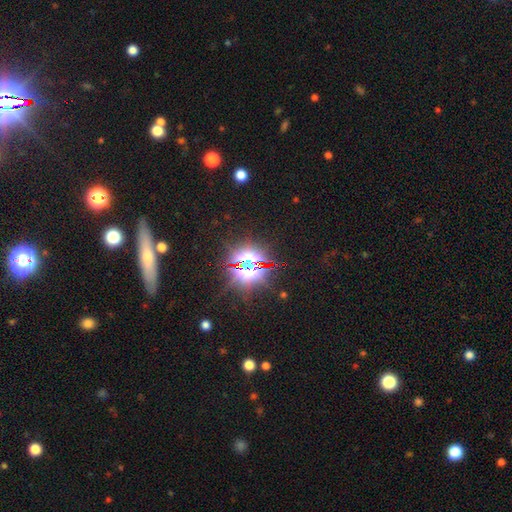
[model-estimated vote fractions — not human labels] Overall: star or artifact (81%).